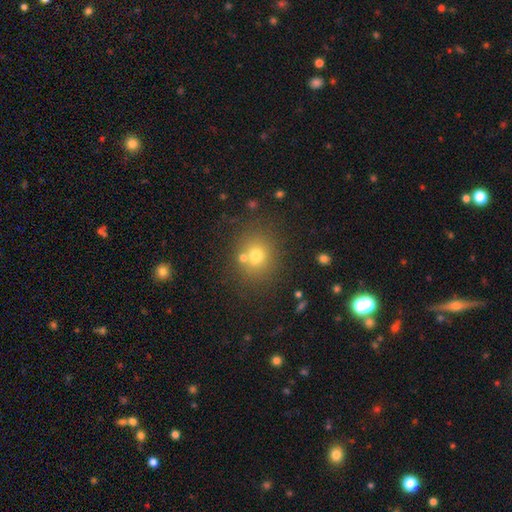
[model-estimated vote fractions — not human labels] A smooth galaxy with no disk features (68%) that is round (76%).

Vote fractions:
- Smooth or featured? smooth: 68% / star or artifact: 19% / featured or disk: 13%
- How rounded? round: 76% / in between: 23% / cigar-shaped: 1%
- Merging? none: 69% / merger: 17% / minor disturbance: 10% / major disturbance: 4%